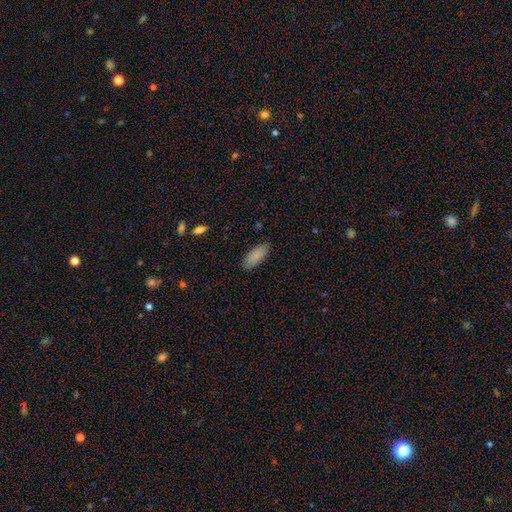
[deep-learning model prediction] Overall: smooth (86%). How rounded: in between (80%). Merging: none (84%).